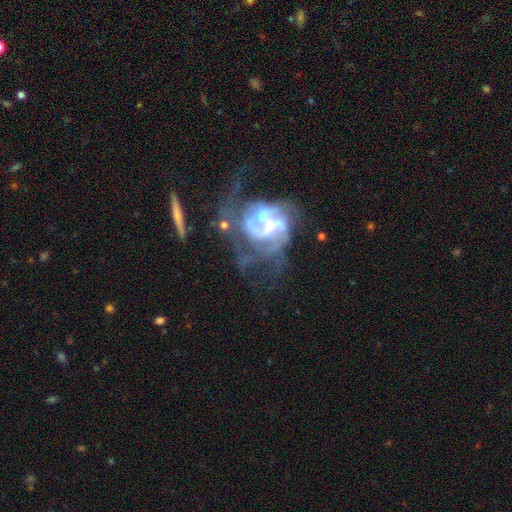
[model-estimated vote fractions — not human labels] The model was most divided on "bulge size" (2-way tie): small: 38%, moderate: 38%, none: 10%, large: 10%, dominant: 4%. Remaining: edge-on disk — no (94%); spiral arms — yes (83%); smooth or featured — featured or disk (71%); bar — no (49%); spiral arm count — 2 (45%); spiral winding — medium (41%); merging — none (33%).